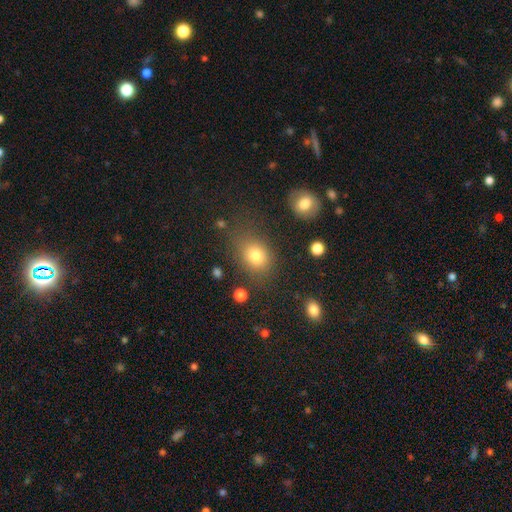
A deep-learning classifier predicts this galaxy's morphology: smooth_or_featured: smooth (p=0.78) [alt: star or artifact p=0.14]
how_rounded: in between (p=0.52) [alt: round p=0.46]
merging: none (p=0.73) [alt: minor disturbance p=0.15]